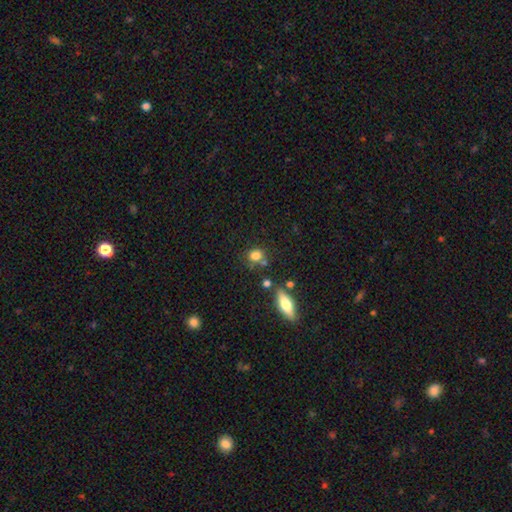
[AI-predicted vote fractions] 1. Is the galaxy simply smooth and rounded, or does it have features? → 79% smooth, 12% star or artifact, 9% featured or disk.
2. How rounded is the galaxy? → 65% round, 32% in between, 3% cigar-shaped.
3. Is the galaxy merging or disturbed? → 61% none, 19% merger, 15% minor disturbance, 5% major disturbance.